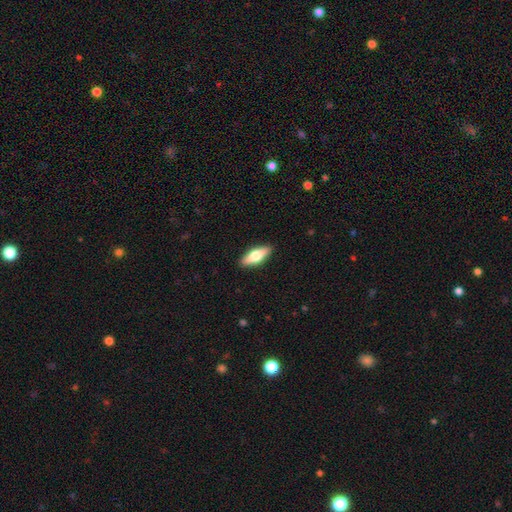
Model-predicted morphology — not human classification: This is possibly a smooth galaxy (60%). How rounded: likely in between (64%). Merging: clearly none (90%).